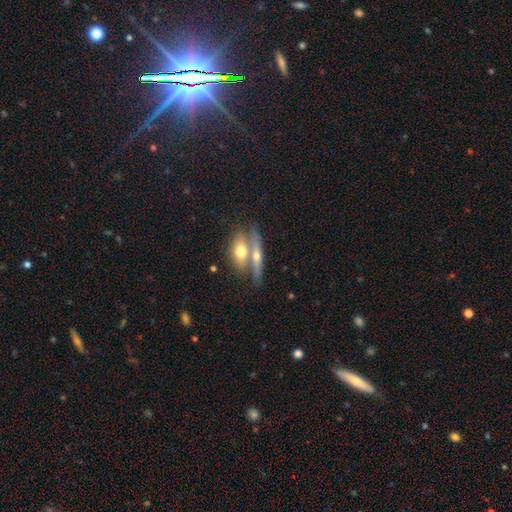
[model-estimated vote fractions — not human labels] Smooth or featured?
  - featured or disk: 48% *
  - smooth: 45%
  - star or artifact: 7%
Merging?
  - merger: 47% *
  - none: 40%
  - minor disturbance: 9%
  - major disturbance: 4%